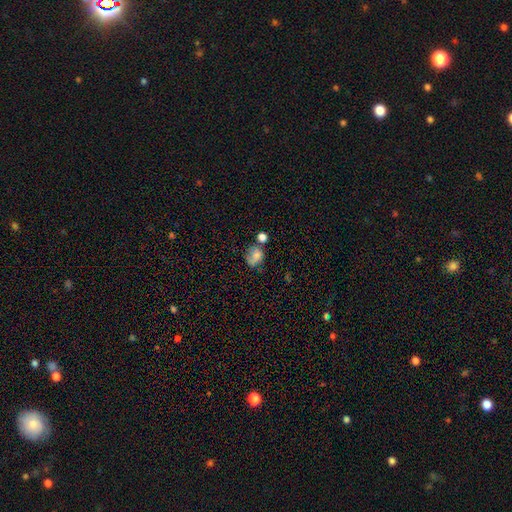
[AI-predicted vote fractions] A smooth galaxy with no disk features (69%) that is round (55%). Merging: none (41%).